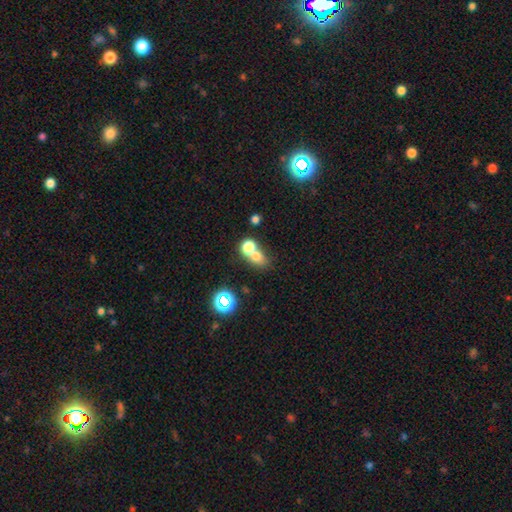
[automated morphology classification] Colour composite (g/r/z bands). It shows a smooth galaxy with no disk features (69%) that is round (58%). Merging: merger (55%).